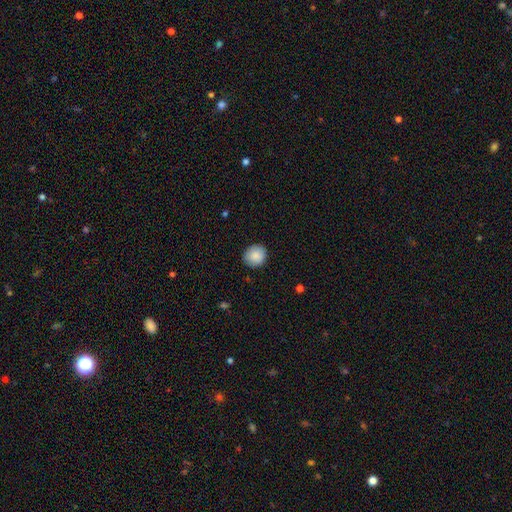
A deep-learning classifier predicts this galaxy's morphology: Q: Smooth or featured?
A: smooth (88%); runner-up: star or artifact (7%)
Q: How rounded?
A: round (85%); runner-up: in between (14%)
Q: Merging?
A: none (89%); runner-up: minor disturbance (8%)